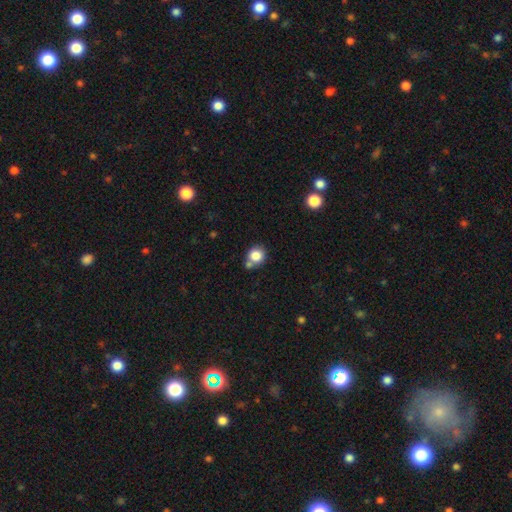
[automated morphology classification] Smooth or featured? Predicted: smooth (p=0.83). How rounded? Predicted: round (p=0.84). Merging? Predicted: none (p=0.58).